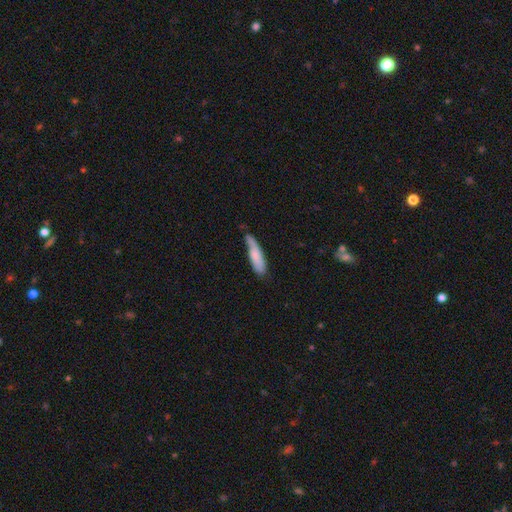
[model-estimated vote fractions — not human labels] Q: Smooth or featured?
A: smooth (73%); runner-up: featured or disk (21%)
Q: How rounded?
A: cigar-shaped (69%); runner-up: in between (30%)
Q: Merging?
A: none (52%); runner-up: minor disturbance (34%)